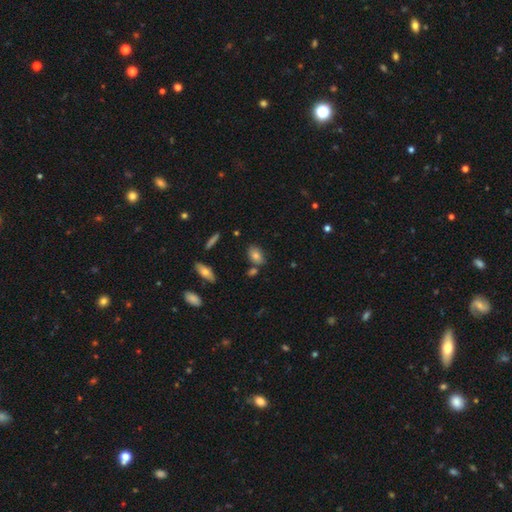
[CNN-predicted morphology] type=smooth (79%); roundness=in between (87%); merging=none (74%).